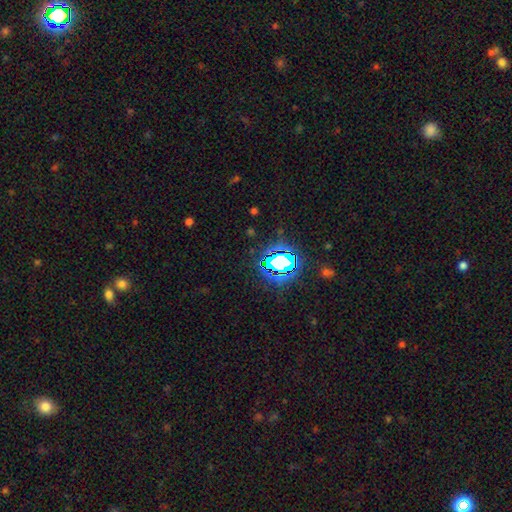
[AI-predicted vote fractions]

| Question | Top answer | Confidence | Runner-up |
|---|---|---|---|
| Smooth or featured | star or artifact | 78% | smooth (14%) |